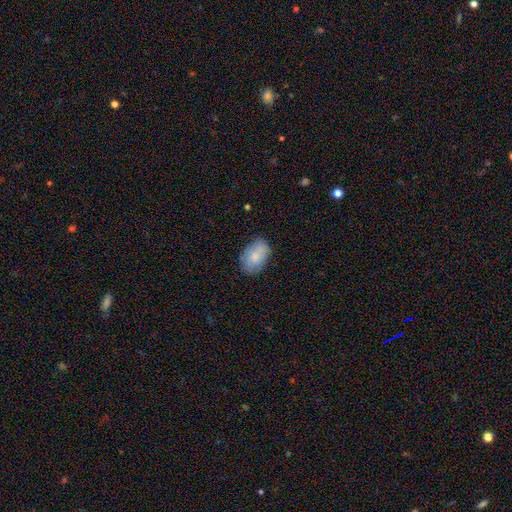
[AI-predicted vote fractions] Smooth or featured?
  - smooth: 81% *
  - featured or disk: 12%
  - star or artifact: 6%
How rounded?
  - in between: 90% *
  - round: 9%
  - cigar-shaped: 1%
Merging?
  - none: 78% *
  - minor disturbance: 17%
  - major disturbance: 4%
  - merger: 1%